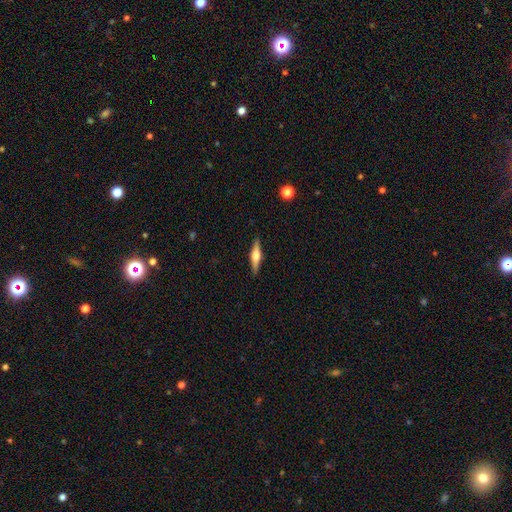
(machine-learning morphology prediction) type=featured or disk (64%); edge-on=yes (97%); edge-on bulge=rounded (89%); merging=none (90%).